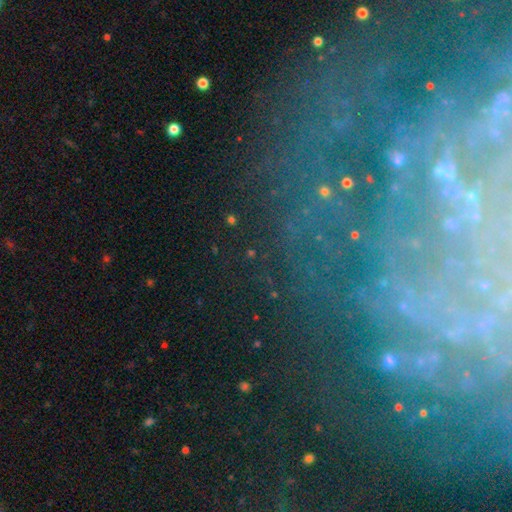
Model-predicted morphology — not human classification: The model was most divided on "bulge size": small: 52%, none: 24%, moderate: 16%, large: 4%, dominant: 3%. More confident: edge-on disk — no (93%); spiral arms — yes (72%); merging — none (63%); smooth or featured — featured or disk (62%); bar — no (59%).